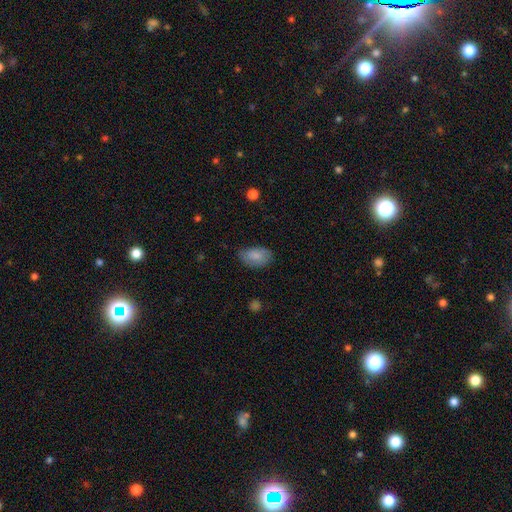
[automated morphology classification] smooth-or-featured: smooth: 79% | featured or disk: 14% | star or artifact: 7%
  how-rounded: in between: 92% | round: 7% | cigar-shaped: 2%
  merging: none: 66% | minor disturbance: 27% | major disturbance: 6% | merger: 1%